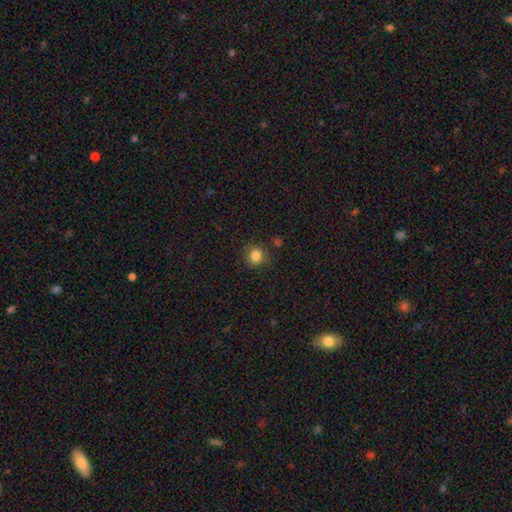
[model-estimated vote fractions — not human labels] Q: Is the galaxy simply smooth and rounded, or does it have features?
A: smooth — 84%.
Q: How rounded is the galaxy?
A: round — 80%.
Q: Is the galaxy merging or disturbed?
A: none — 82%.